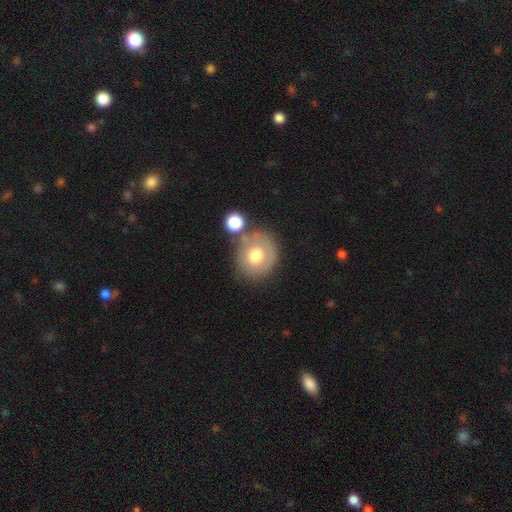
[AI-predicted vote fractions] Smooth or featured? smooth (63%)
How rounded? round (80%)
Merging? none (61%)